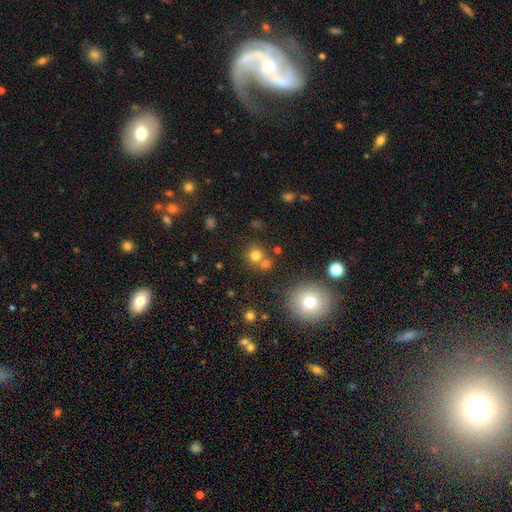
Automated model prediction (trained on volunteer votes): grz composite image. It shows a smooth galaxy with no disk features (75%) that is round (86%). Merging: none (60%).